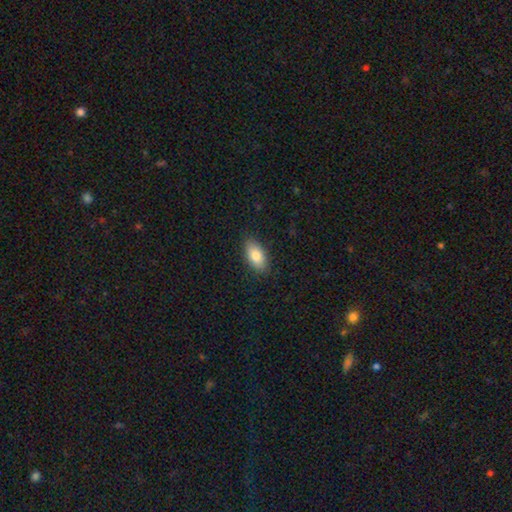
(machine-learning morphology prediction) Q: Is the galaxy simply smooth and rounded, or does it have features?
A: smooth — 83%.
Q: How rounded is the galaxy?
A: in between — 90%.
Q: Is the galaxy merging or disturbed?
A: none — 87%.